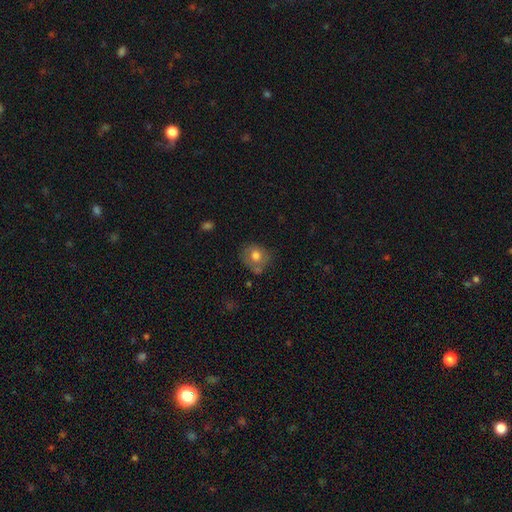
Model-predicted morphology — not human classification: A smooth galaxy with no disk features (68%) that is round (71%).

Vote fractions:
- Smooth or featured? smooth: 68% / featured or disk: 23% / star or artifact: 9%
- How rounded? round: 71% / in between: 28% / cigar-shaped: 1%
- Merging? none: 57% / minor disturbance: 26% / major disturbance: 10% / merger: 7%